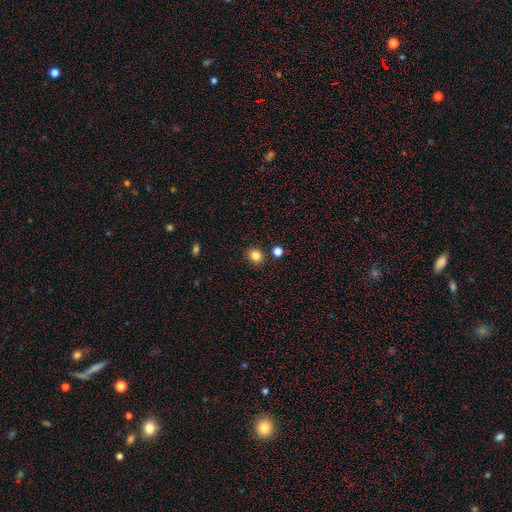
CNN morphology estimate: smooth_or_featured: smooth (p=0.84) [alt: star or artifact p=0.12]
how_rounded: round (p=0.75) [alt: in between p=0.24]
merging: none (p=0.86) [alt: minor disturbance p=0.07]